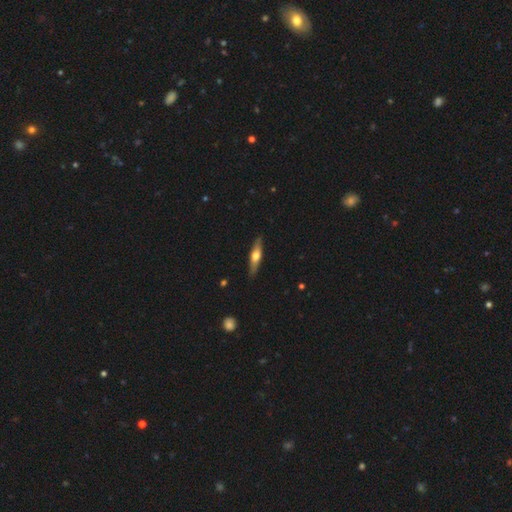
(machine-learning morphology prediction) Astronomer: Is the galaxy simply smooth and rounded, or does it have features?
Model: featured or disk — 52% (runner-up: smooth, 42%).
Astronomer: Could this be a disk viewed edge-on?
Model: yes — 90%.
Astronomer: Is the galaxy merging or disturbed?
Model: none — 88%.